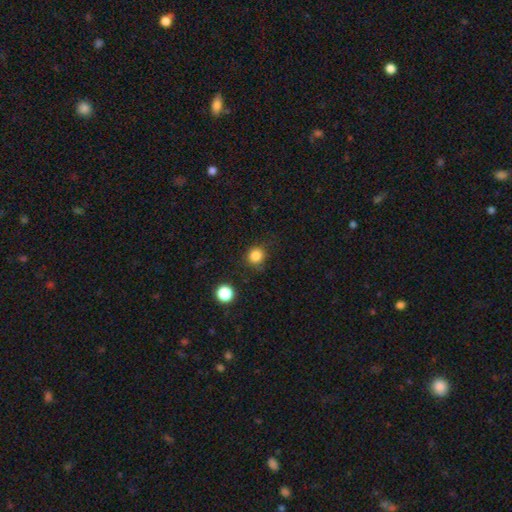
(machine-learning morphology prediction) Q: Smooth or featured?
A: smooth (84%); runner-up: star or artifact (12%)
Q: How rounded?
A: round (91%); runner-up: in between (9%)
Q: Merging?
A: none (79%); runner-up: minor disturbance (14%)